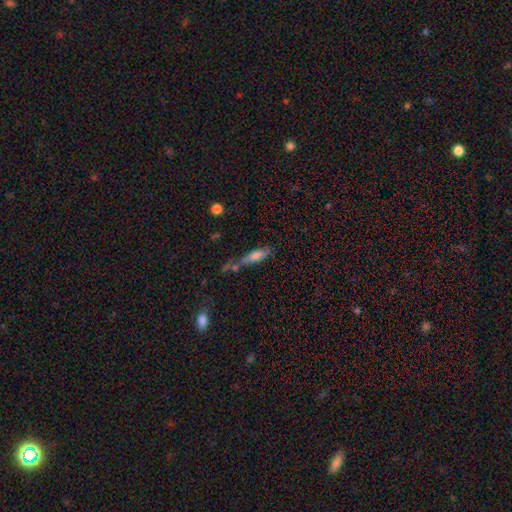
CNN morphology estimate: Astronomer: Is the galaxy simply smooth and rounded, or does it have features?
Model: smooth — 69%.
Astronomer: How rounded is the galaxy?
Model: cigar-shaped — 58% (runner-up: in between, 39%).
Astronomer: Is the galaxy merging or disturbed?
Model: none — 41% (runner-up: merger, 27%).